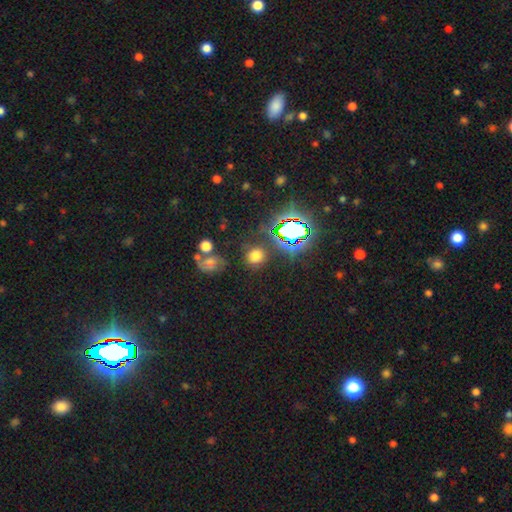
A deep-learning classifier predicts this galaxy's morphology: Q: Smooth or featured?
A: smooth (66%); runner-up: star or artifact (26%)
Q: How rounded?
A: round (83%); runner-up: in between (16%)
Q: Merging?
A: none (79%); runner-up: minor disturbance (11%)